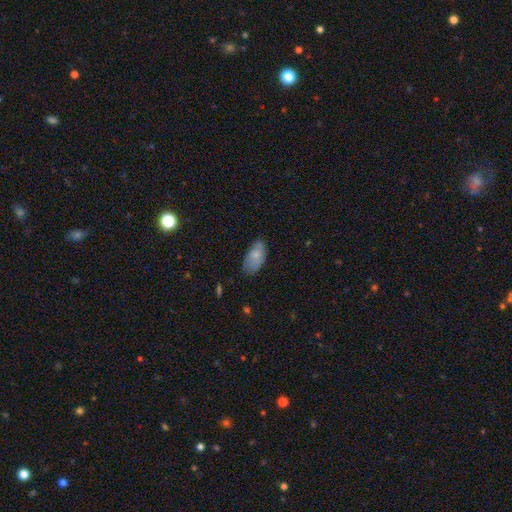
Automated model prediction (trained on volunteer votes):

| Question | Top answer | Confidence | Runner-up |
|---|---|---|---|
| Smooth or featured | smooth | 75% | featured or disk (18%) |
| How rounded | in between | 93% | cigar-shaped (4%) |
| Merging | none | 61% | minor disturbance (31%) |